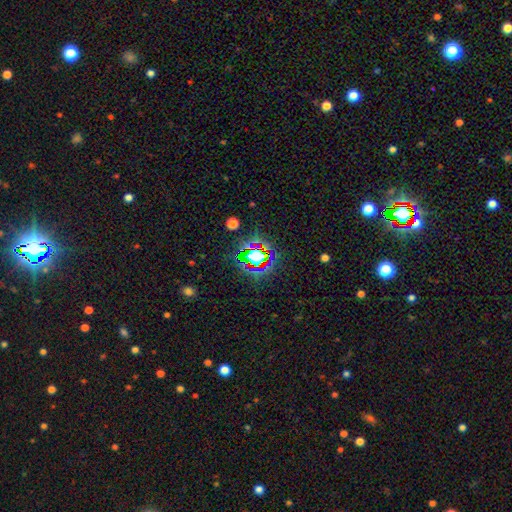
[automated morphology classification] The model was most divided on "smooth or featured": star or artifact: 61%, smooth: 27%, featured or disk: 12%.